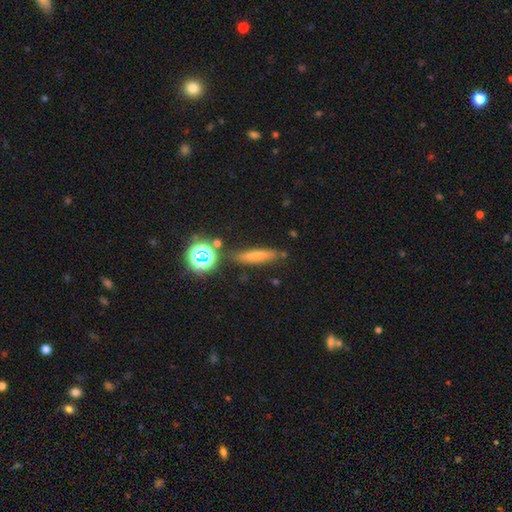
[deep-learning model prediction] Smooth or featured: smooth — 65% (star or artifact — 17%)
How rounded: cigar-shaped — 76% (in between — 16%)
Merging: none — 78% (minor disturbance — 12%)